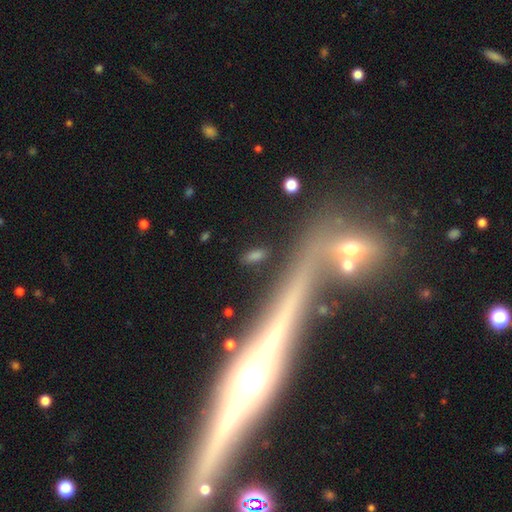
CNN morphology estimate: smooth_or_featured: smooth (p=0.56) [alt: featured or disk p=0.29]
how_rounded: in between (p=0.51) [alt: cigar-shaped p=0.32]
merging: none (p=0.72) [alt: minor disturbance p=0.12]